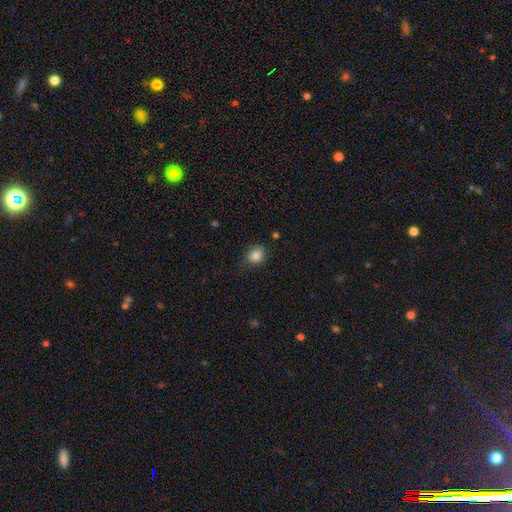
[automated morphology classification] The model was most divided on "how rounded": round: 63%, in between: 36%, cigar-shaped: 1%. More confident: smooth or featured — smooth (85%); merging — none (78%).